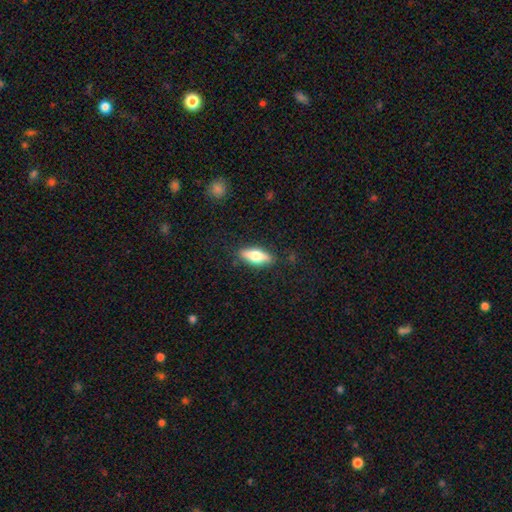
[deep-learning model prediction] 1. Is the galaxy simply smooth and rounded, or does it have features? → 63% smooth, 30% featured or disk, 6% star or artifact.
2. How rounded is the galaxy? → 67% in between, 30% cigar-shaped, 3% round.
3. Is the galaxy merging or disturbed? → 86% none, 11% minor disturbance, 3% major disturbance, 1% merger.